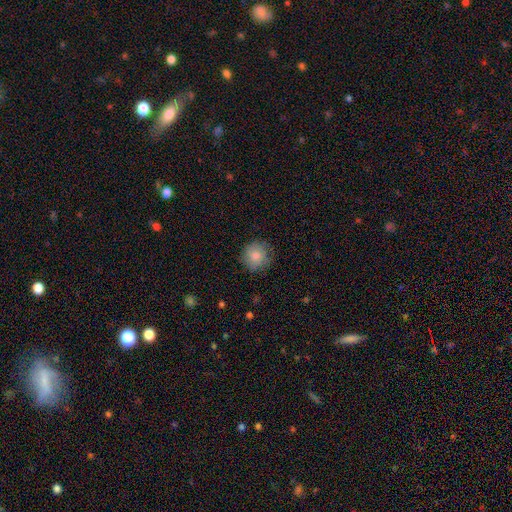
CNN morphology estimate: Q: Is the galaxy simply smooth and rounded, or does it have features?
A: smooth — 81%.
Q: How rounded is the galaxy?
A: round — 91%.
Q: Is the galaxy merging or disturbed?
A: none — 80%.